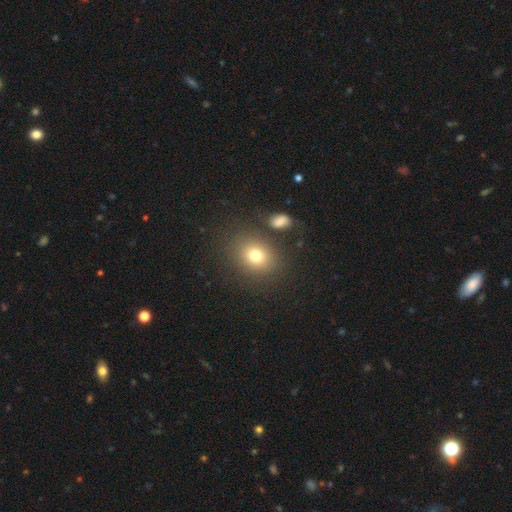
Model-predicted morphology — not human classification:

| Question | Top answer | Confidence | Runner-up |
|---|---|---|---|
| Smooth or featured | smooth | 76% | star or artifact (13%) |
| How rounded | round | 60% | in between (39%) |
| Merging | none | 81% | minor disturbance (10%) |